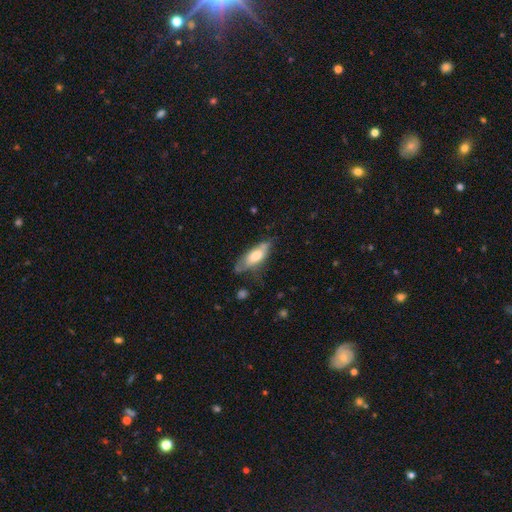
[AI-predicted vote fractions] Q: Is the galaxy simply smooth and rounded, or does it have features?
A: smooth — 58%.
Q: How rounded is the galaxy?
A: in between — 66%.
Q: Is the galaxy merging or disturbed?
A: none — 52%.